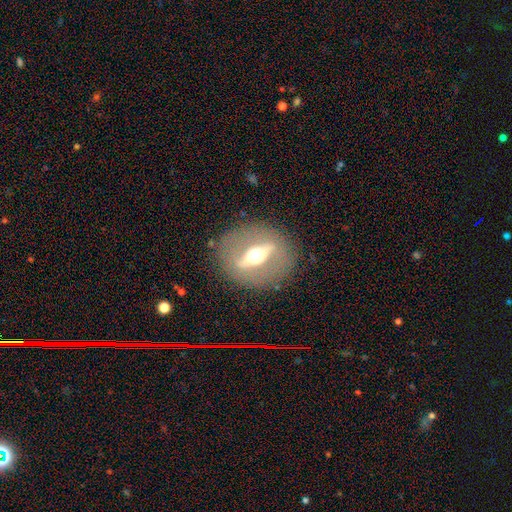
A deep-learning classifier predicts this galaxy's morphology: A featured or disk galaxy (77%) viewed edge-on (51%).

Vote fractions:
- Smooth or featured? featured or disk: 77% / smooth: 16% / star or artifact: 6%
- Edge-on disk? yes: 51% / no: 49%
- Merging? none: 86% / minor disturbance: 8% / major disturbance: 5% / merger: 1%